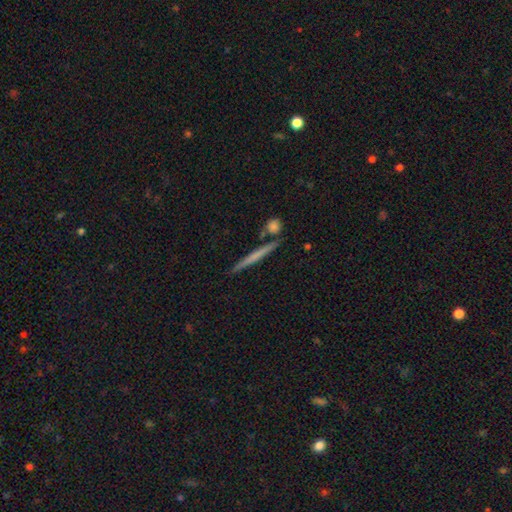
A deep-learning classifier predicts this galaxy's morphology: smooth-or-featured: smooth: 51% | featured or disk: 43% | star or artifact: 6%
  how-rounded: cigar-shaped: 95% | in between: 3% | round: 3%
  merging: none: 84% | minor disturbance: 7% | merger: 7% | major disturbance: 2%